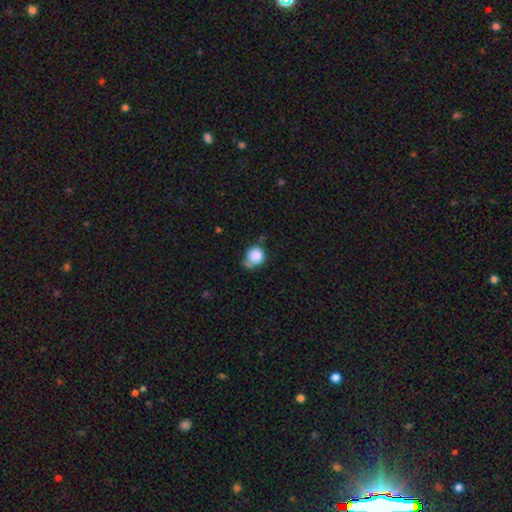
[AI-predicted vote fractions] Smooth or featured?
  - smooth: 84% *
  - star or artifact: 9%
  - featured or disk: 7%
How rounded?
  - round: 85% *
  - in between: 14%
  - cigar-shaped: 1%
Merging?
  - none: 50% *
  - minor disturbance: 30%
  - merger: 12%
  - major disturbance: 8%